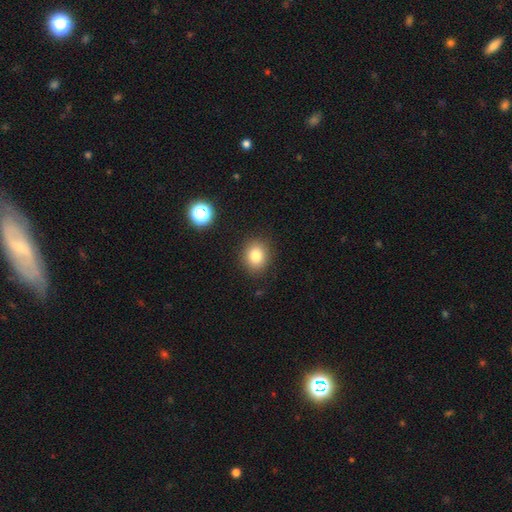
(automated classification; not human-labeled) Overall: smooth (81%). How rounded: round (73%). Merging: none (89%).